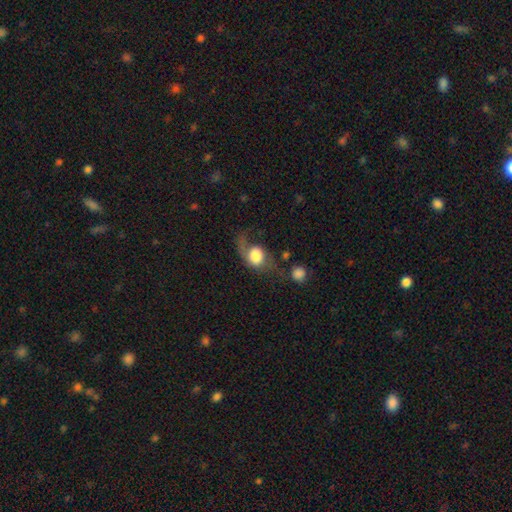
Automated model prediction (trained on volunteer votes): This is possibly a smooth galaxy (57%). How rounded: possibly round (52%). Merging: marginally major disturbance (38%).